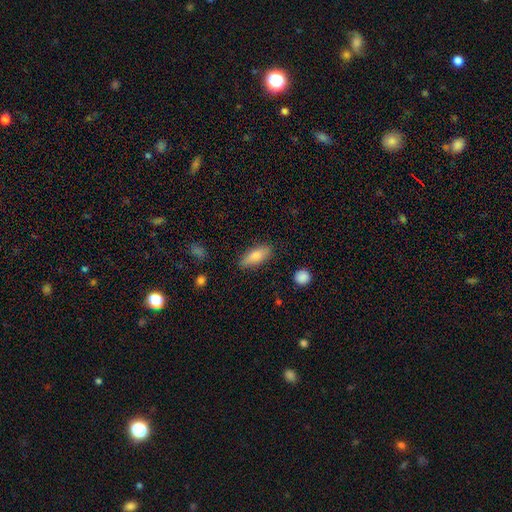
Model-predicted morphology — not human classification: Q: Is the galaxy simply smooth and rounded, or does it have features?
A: smooth — 81%.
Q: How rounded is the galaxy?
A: in between — 72%.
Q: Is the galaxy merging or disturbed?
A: none — 83%.